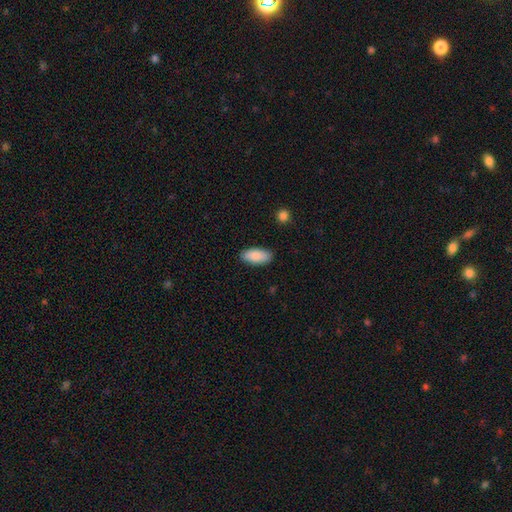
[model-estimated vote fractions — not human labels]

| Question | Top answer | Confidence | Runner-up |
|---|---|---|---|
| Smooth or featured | smooth | 89% | star or artifact (6%) |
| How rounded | in between | 91% | cigar-shaped (8%) |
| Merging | none | 88% | minor disturbance (9%) |